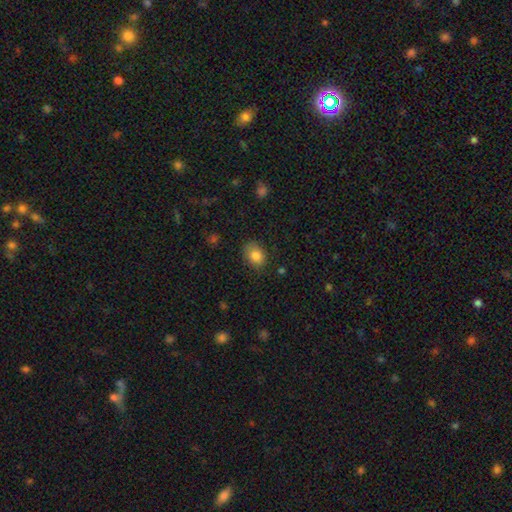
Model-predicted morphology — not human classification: A smooth galaxy with no disk features (83%) that is in between round and cigar-shaped (68%). Merging: none (78%).